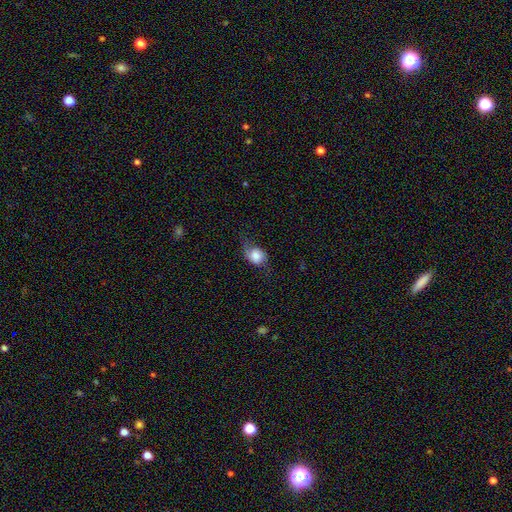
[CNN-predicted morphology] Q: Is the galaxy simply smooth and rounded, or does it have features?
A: smooth — 62%.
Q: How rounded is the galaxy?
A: round — 50%.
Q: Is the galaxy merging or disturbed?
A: none — 46%.